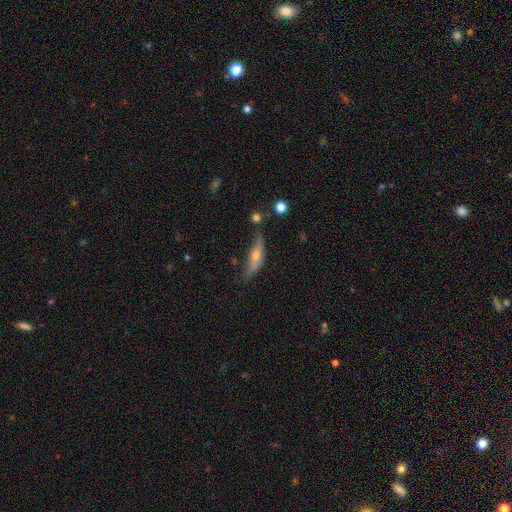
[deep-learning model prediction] Overall: featured or disk (57%; smooth 35%). Edge-on disk: yes (80%). Merging: none (54%; minor disturbance 28%).